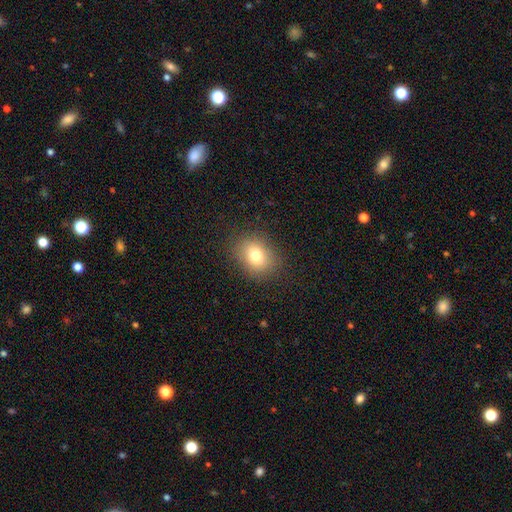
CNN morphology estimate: This is likely a smooth galaxy (77%). How rounded: possibly round (50%). Merging: clearly none (85%).